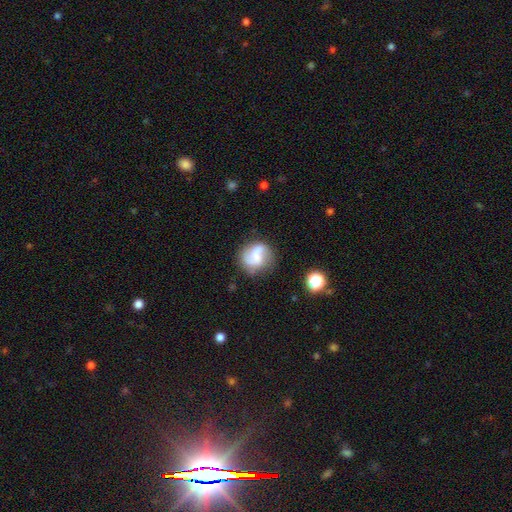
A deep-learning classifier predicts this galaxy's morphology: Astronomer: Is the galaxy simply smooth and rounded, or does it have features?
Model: featured or disk — 52% (runner-up: smooth, 38%).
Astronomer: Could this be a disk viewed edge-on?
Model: no — 98%.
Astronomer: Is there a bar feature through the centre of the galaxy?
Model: no — 46% (runner-up: weak, 35%).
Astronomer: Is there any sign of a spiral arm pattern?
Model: yes — 76%.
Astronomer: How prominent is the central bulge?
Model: none — 48%.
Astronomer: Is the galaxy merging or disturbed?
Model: none — 58%.